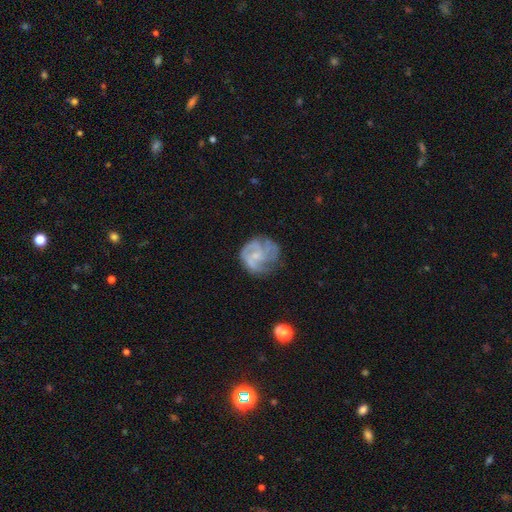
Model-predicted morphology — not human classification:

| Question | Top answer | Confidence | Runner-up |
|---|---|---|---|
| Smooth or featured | featured or disk | 76% | smooth (17%) |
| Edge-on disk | no | 98% | yes (2%) |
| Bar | no | 68% | weak (28%) |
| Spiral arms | yes | 90% | no (10%) |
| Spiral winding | tight | 44% | medium (42%) |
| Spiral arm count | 3 | 37% | can't tell (24%) |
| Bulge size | small | 57% | moderate (20%) |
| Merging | none | 61% | minor disturbance (23%) |